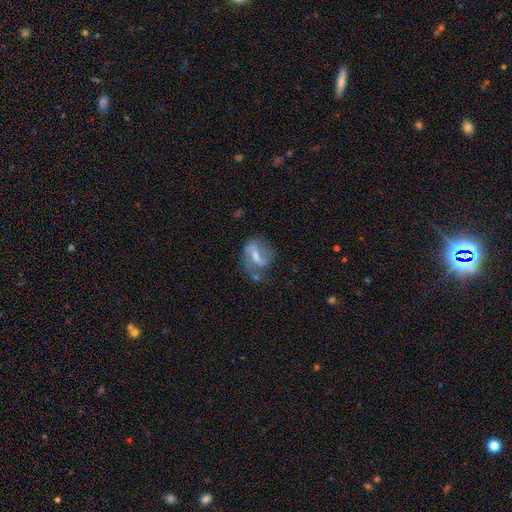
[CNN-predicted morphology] smooth_or_featured: featured or disk (p=0.73) [alt: smooth p=0.20]
disk_edge_on: no (p=0.96) [alt: yes p=0.04]
bar: weak (p=0.46) [alt: strong p=0.38]
has_spiral_arms: yes (p=0.87) [alt: no p=0.13]
spiral_winding: loose (p=0.49) [alt: medium p=0.39]
spiral_arm_count: 2 (p=0.83) [alt: 1 p=0.07]
bulge_size: small (p=0.43) [alt: moderate p=0.37]
merging: none (p=0.55) [alt: minor disturbance p=0.24]